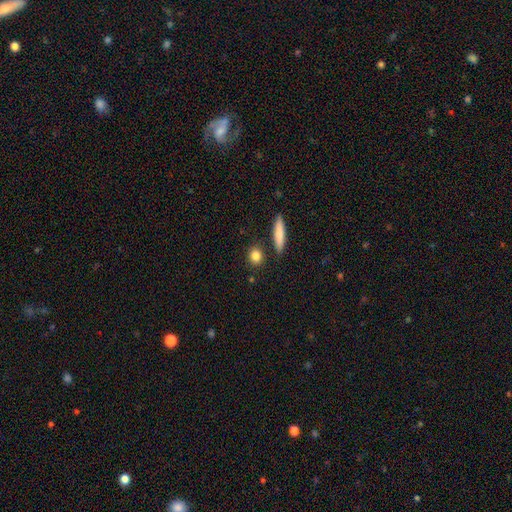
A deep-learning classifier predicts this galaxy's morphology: smooth 84%, star or artifact 8%, featured or disk 8%. Down the decision tree: how rounded — round (62%); merging — none (83%).